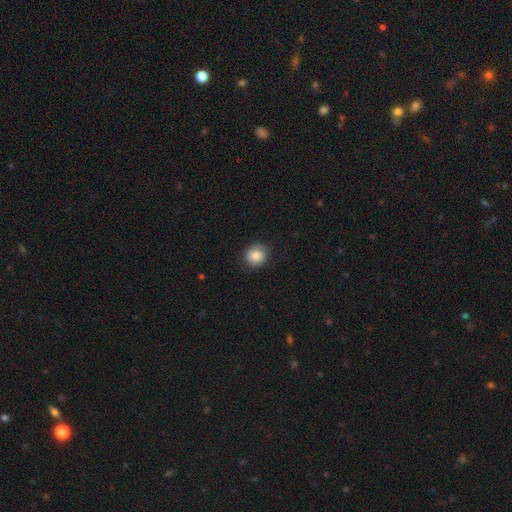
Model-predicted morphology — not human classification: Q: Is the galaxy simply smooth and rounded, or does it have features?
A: smooth — 85%.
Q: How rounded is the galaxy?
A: round — 82%.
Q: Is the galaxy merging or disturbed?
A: none — 83%.